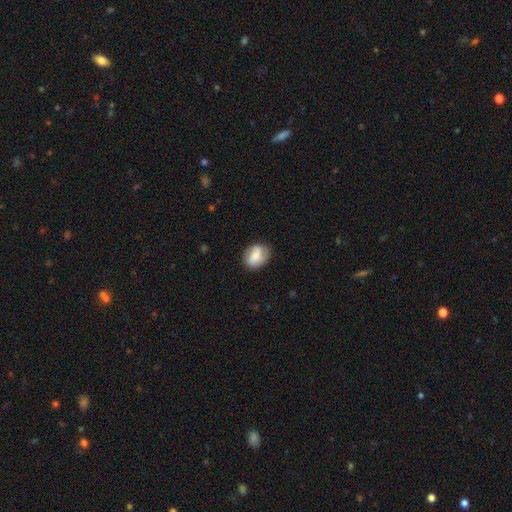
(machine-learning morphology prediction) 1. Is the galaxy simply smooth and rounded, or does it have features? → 58% smooth, 34% featured or disk, 8% star or artifact.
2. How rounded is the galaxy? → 56% in between, 43% round, 1% cigar-shaped.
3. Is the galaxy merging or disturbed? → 74% none, 19% minor disturbance, 5% major disturbance, 2% merger.